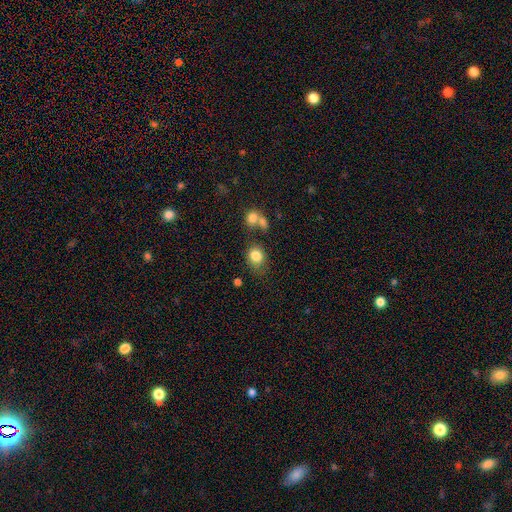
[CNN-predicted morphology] type=smooth (83%); roundness=round (56%); merging=none (62%).